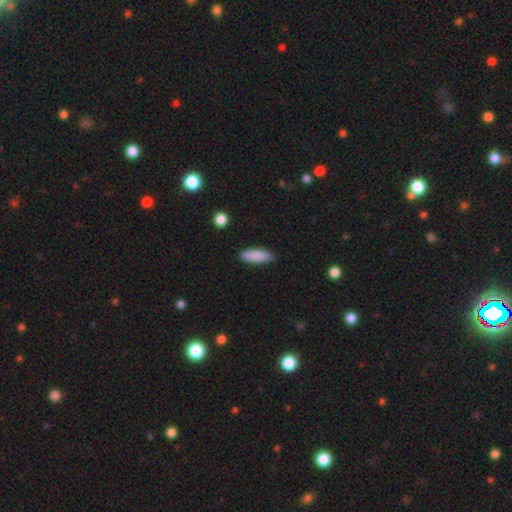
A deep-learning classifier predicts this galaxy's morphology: smooth-or-featured: smooth: 88% | star or artifact: 6% | featured or disk: 5%
  how-rounded: in between: 57% | cigar-shaped: 42% | round: 2%
  merging: none: 88% | minor disturbance: 9% | major disturbance: 2% | merger: 1%